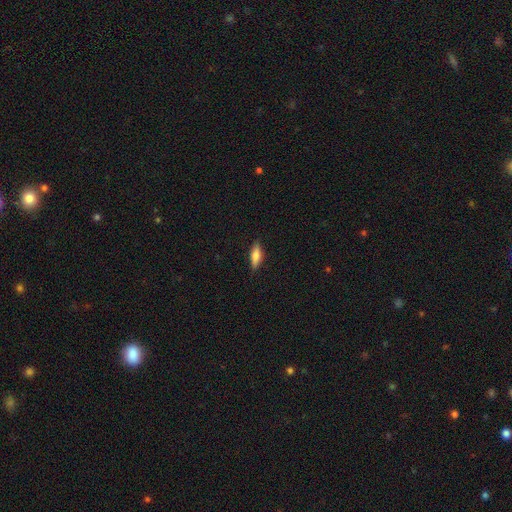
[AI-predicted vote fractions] This is likely a smooth galaxy (65%). How rounded: possibly in between (51%). Merging: clearly none (85%).